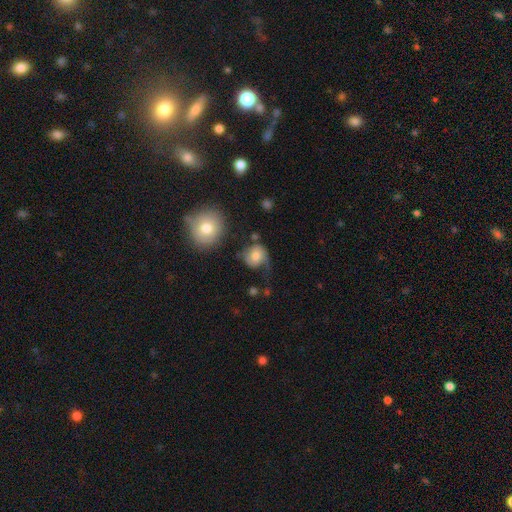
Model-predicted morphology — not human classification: Smooth or featured?
  - smooth: 60% *
  - featured or disk: 32%
  - star or artifact: 8%
How rounded?
  - round: 79% *
  - in between: 21%
  - cigar-shaped: 1%
Merging?
  - none: 38% *
  - major disturbance: 31%
  - minor disturbance: 26%
  - merger: 5%